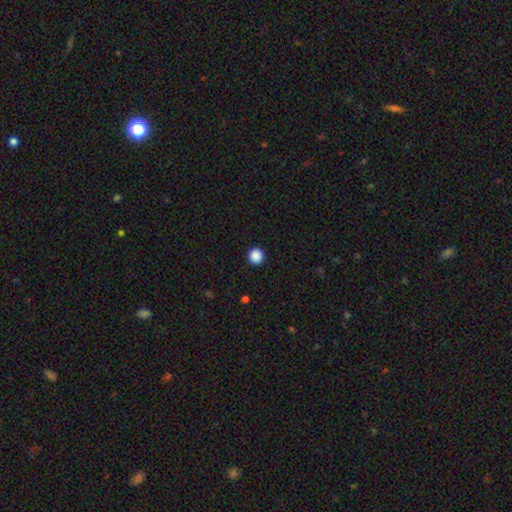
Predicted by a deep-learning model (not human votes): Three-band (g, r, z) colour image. It shows a smooth galaxy with no disk features (88%) that is round (95%). Merging: none (93%).